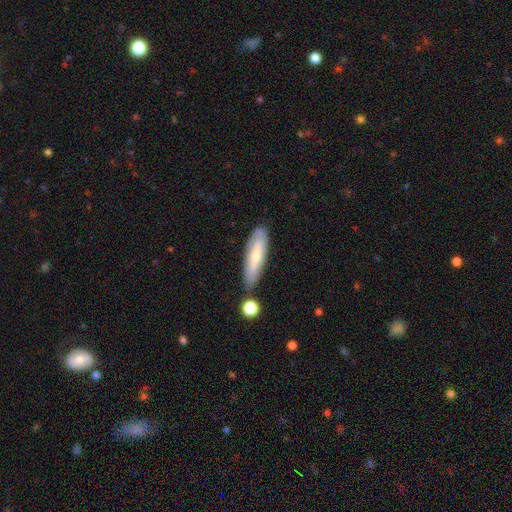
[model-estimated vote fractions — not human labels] smooth 58%, featured or disk 35%, star or artifact 7%. Down the decision tree: how rounded — cigar-shaped (67%); merging — none (74%).